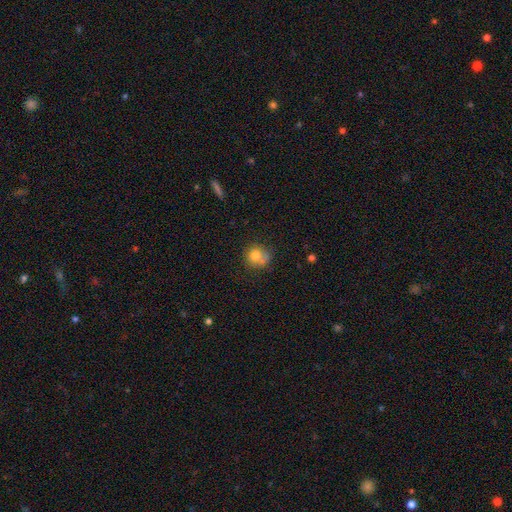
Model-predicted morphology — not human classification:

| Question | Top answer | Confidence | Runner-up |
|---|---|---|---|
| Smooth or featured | smooth | 76% | featured or disk (13%) |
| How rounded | round | 83% | in between (16%) |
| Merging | none | 56% | minor disturbance (23%) |